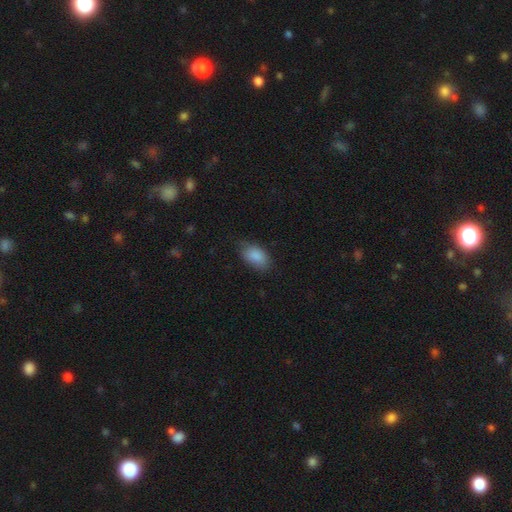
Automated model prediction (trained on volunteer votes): Smooth or featured? smooth (88%)
How rounded? in between (91%)
Merging? none (71%)